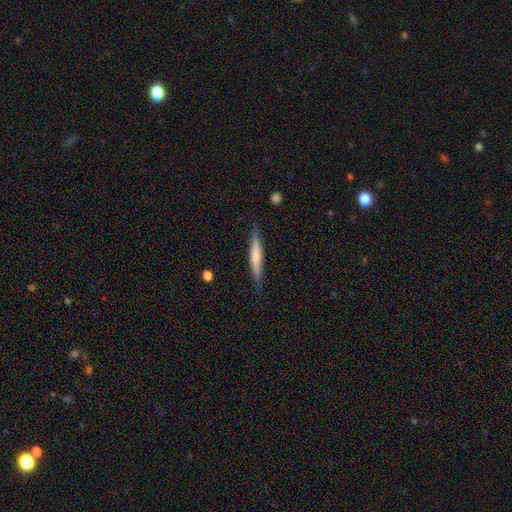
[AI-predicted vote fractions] smooth-or-featured: smooth: 55% | featured or disk: 40% | star or artifact: 6%
  how-rounded: cigar-shaped: 94% | in between: 5% | round: 1%
  merging: none: 80% | minor disturbance: 15% | major disturbance: 3% | merger: 1%